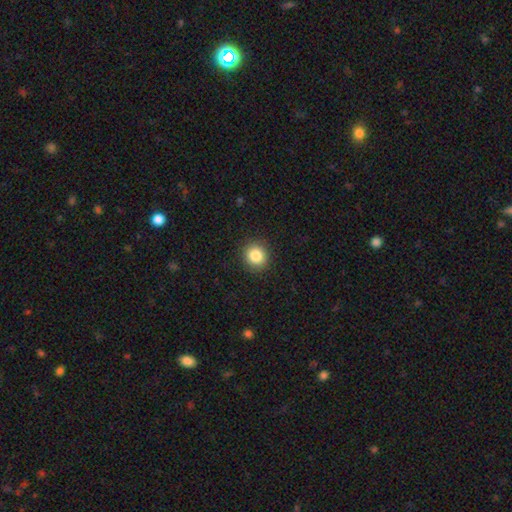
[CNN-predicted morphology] smooth_or_featured: smooth (p=0.85) [alt: star or artifact p=0.10]
how_rounded: round (p=0.88) [alt: in between p=0.11]
merging: none (p=0.91) [alt: minor disturbance p=0.06]